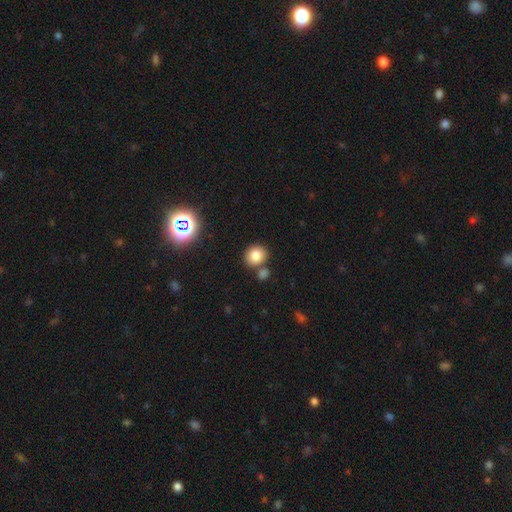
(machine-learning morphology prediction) Q: Smooth or featured?
A: smooth (80%); runner-up: star or artifact (12%)
Q: How rounded?
A: round (72%); runner-up: in between (27%)
Q: Merging?
A: none (70%); runner-up: merger (17%)